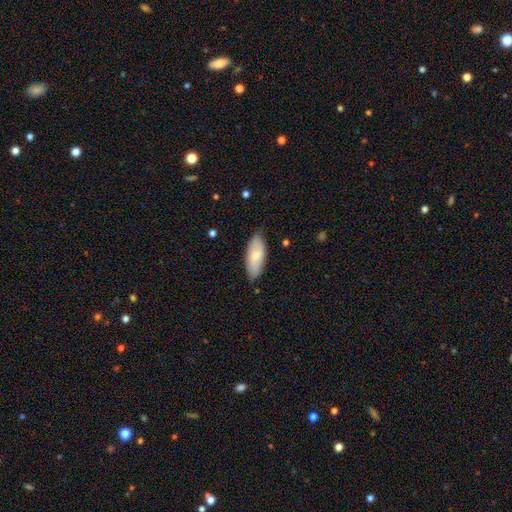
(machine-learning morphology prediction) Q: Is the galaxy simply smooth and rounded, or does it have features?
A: smooth — 70%.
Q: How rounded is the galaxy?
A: in between — 86%.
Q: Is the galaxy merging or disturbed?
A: none — 79%.